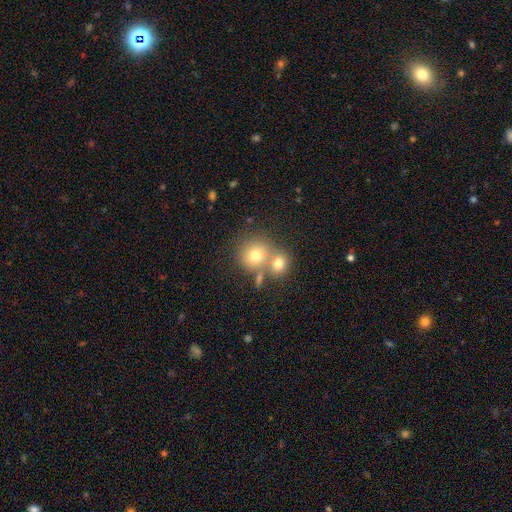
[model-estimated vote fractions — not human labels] smooth-or-featured: smooth: 70% | featured or disk: 17% | star or artifact: 13%
  how-rounded: round: 86% | in between: 13% | cigar-shaped: 1%
  merging: none: 45% | merger: 43% | minor disturbance: 9% | major disturbance: 4%